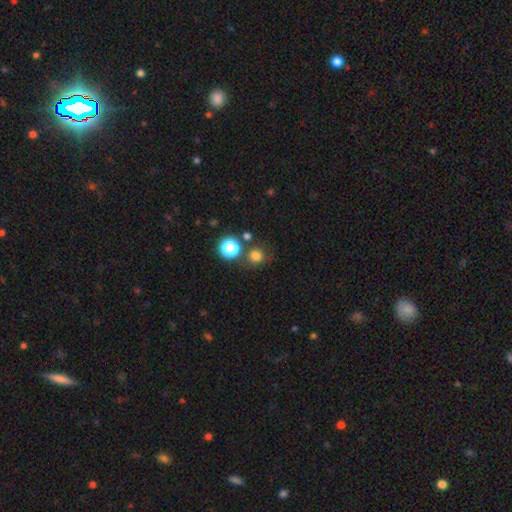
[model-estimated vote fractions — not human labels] smooth-or-featured: smooth: 76% | star or artifact: 18% | featured or disk: 6%
  how-rounded: round: 91% | in between: 8% | cigar-shaped: 1%
  merging: none: 74% | merger: 12% | minor disturbance: 10% | major disturbance: 4%